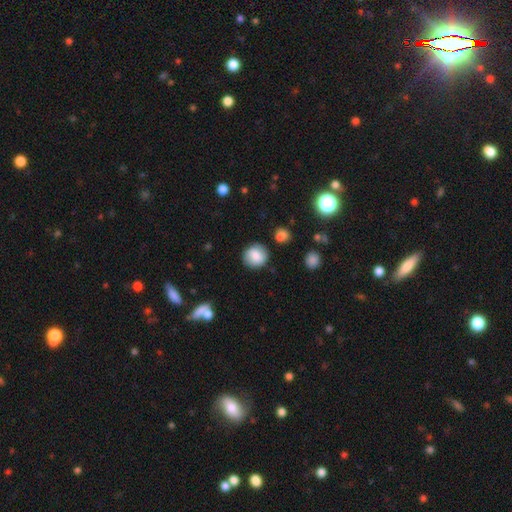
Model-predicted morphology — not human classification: This appears to be a smooth galaxy with no disk features (79%) that is round (86%). Merging: none (83%).